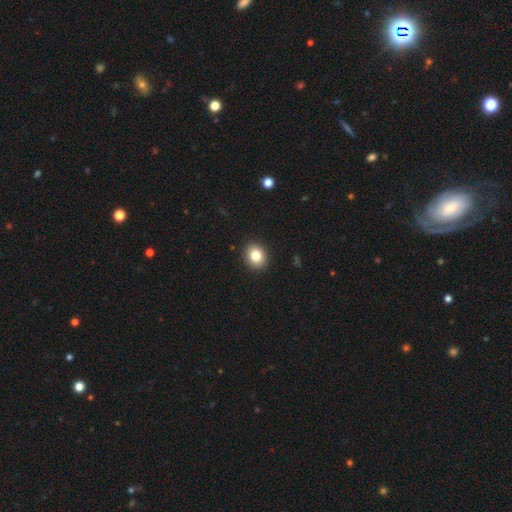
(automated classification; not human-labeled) A smooth galaxy with no disk features (82%) that is round (62%).

Vote fractions:
- Smooth or featured? smooth: 82% / star or artifact: 10% / featured or disk: 8%
- How rounded? round: 62% / in between: 37% / cigar-shaped: 1%
- Merging? none: 91% / minor disturbance: 6% / major disturbance: 2% / merger: 1%